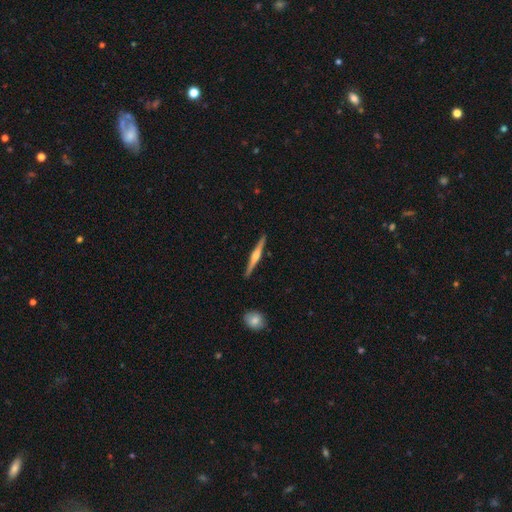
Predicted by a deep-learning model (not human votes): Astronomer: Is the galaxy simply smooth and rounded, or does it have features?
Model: featured or disk — 70%.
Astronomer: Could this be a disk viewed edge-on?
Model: yes — 98%.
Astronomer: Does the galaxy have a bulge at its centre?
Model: rounded — 73%.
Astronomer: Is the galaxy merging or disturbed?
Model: none — 91%.